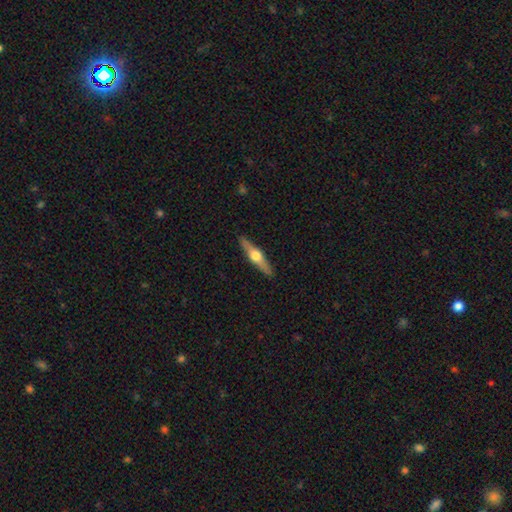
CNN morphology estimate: This appears to be a featured or disk galaxy (64%) viewed edge-on (96%) with a rounded central bulge (95%). Merging: none (91%).